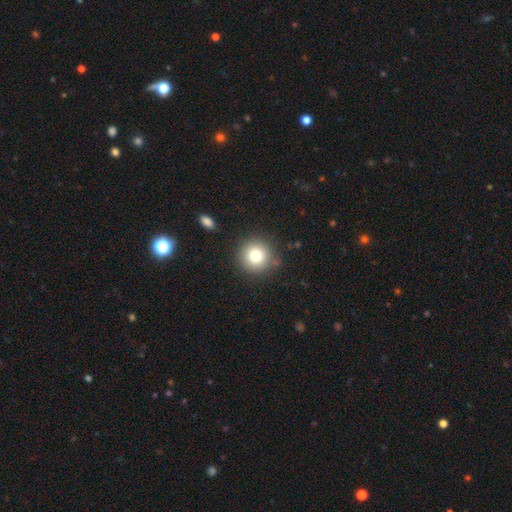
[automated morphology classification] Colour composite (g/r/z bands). It shows a smooth galaxy with no disk features (78%) that is round (94%). Merging: none (86%).